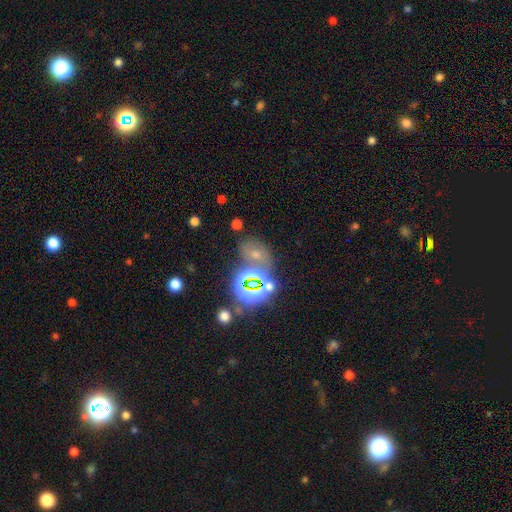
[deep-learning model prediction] Morphology: type=star or artifact (42%).